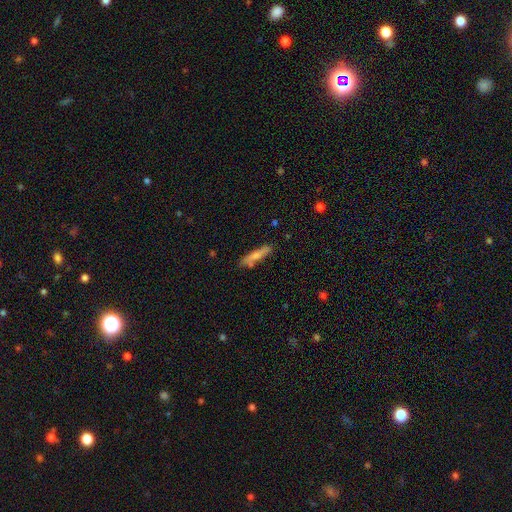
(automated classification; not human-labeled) smooth 70%, featured or disk 24%, star or artifact 6%. Down the decision tree: how rounded — cigar-shaped (84%); merging — none (73%).